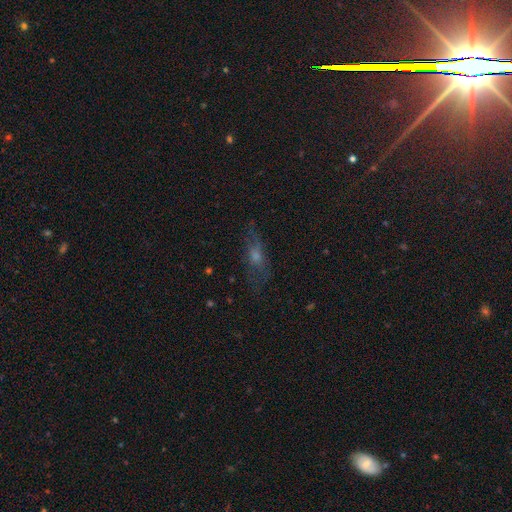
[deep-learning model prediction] Q: Smooth or featured?
A: featured or disk (42%); runner-up: smooth (35%)
Q: Merging?
A: none (68%); runner-up: minor disturbance (19%)